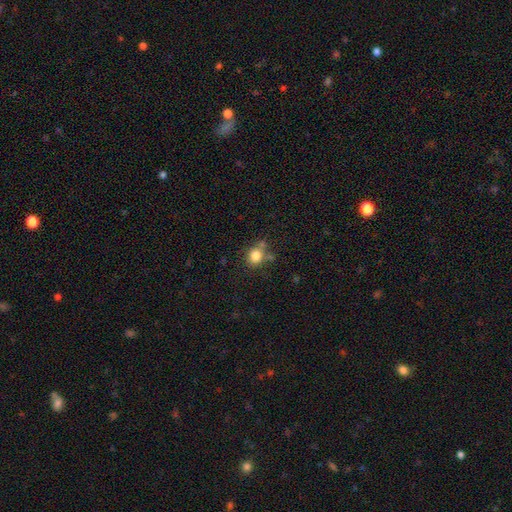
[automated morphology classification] A smooth galaxy with no disk features (81%) that is round (73%).

Vote fractions:
- Smooth or featured? smooth: 81% / star or artifact: 11% / featured or disk: 8%
- How rounded? round: 73% / in between: 26% / cigar-shaped: 1%
- Merging? none: 64% / minor disturbance: 16% / merger: 15% / major disturbance: 5%